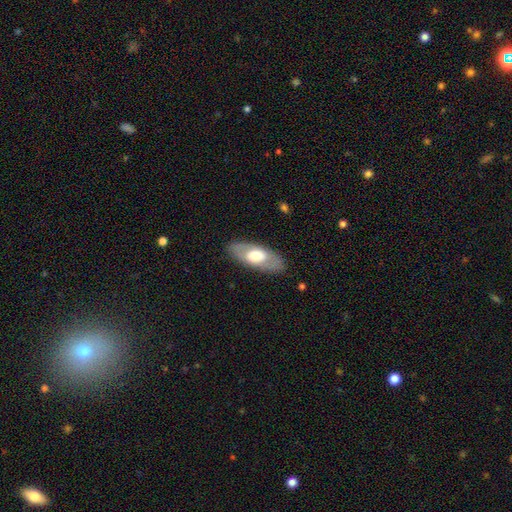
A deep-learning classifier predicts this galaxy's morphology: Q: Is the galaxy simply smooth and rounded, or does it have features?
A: featured or disk — 48%.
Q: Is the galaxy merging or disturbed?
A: none — 84%.